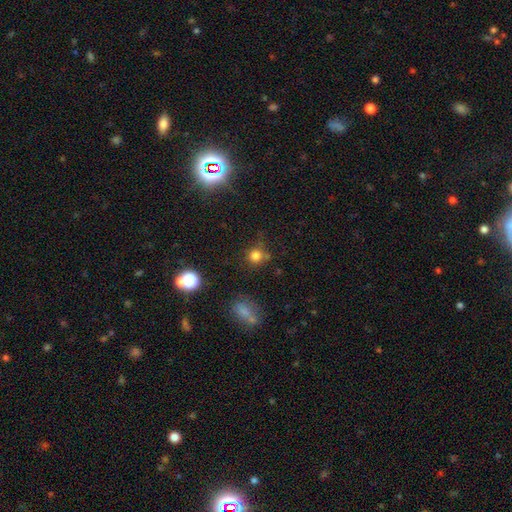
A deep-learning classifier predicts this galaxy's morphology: A smooth galaxy with no disk features (77%) that is round (89%). Merging: none (69%).